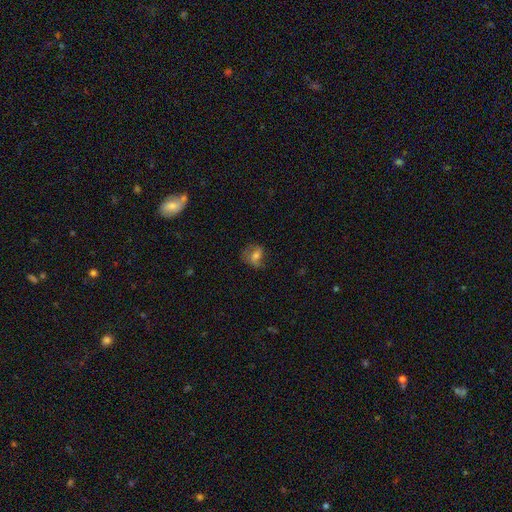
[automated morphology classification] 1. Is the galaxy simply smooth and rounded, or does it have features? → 56% smooth, 33% featured or disk, 11% star or artifact.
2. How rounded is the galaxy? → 55% in between, 43% round, 2% cigar-shaped.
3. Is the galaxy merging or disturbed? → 55% none, 26% minor disturbance, 18% major disturbance, 2% merger.